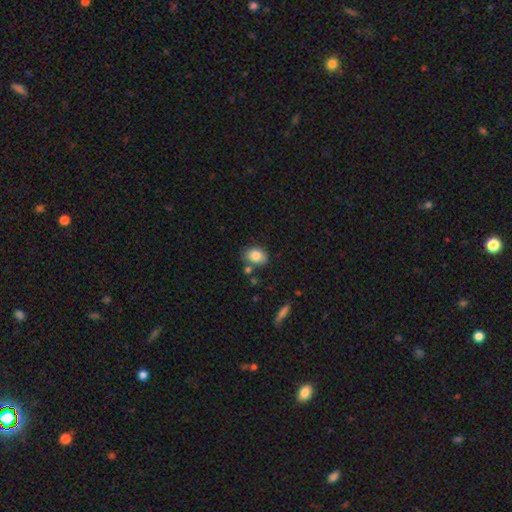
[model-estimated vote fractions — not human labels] Morphology: type=smooth (82%); roundness=in between (66%); merging=none (67%).